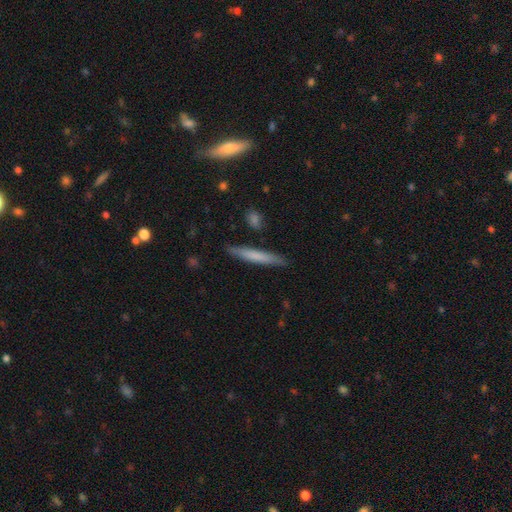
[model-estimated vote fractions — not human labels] Q: Smooth or featured?
A: smooth (67%); runner-up: featured or disk (27%)
Q: How rounded?
A: cigar-shaped (95%); runner-up: in between (4%)
Q: Merging?
A: none (87%); runner-up: minor disturbance (9%)